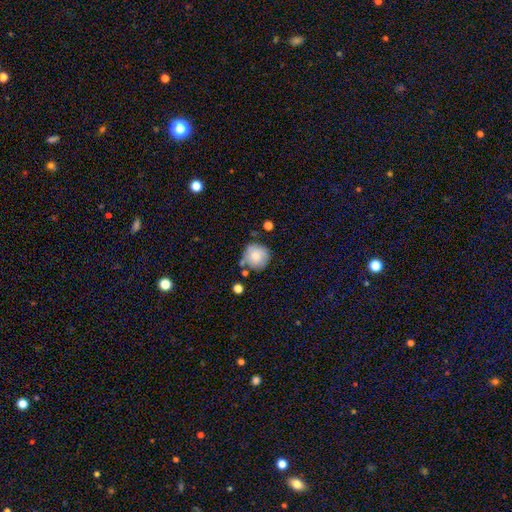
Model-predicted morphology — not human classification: Smooth or featured? smooth (79%)
How rounded? round (93%)
Merging? none (68%)